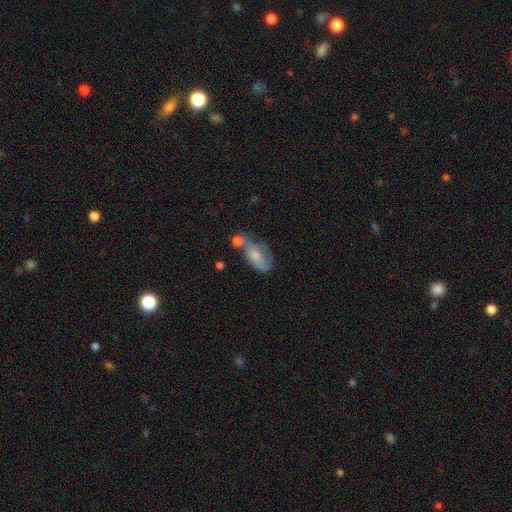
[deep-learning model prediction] Morphology: type=smooth (60%); roundness=in between (85%); merging=none (32%).